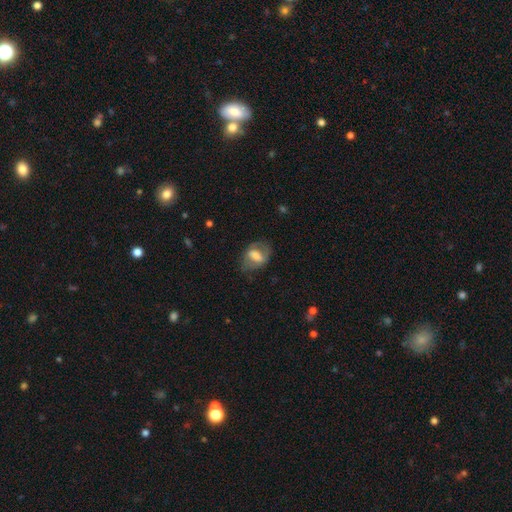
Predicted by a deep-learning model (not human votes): smooth-or-featured: smooth: 48% | featured or disk: 45% | star or artifact: 8%
  merging: none: 60% | minor disturbance: 23% | major disturbance: 15% | merger: 2%